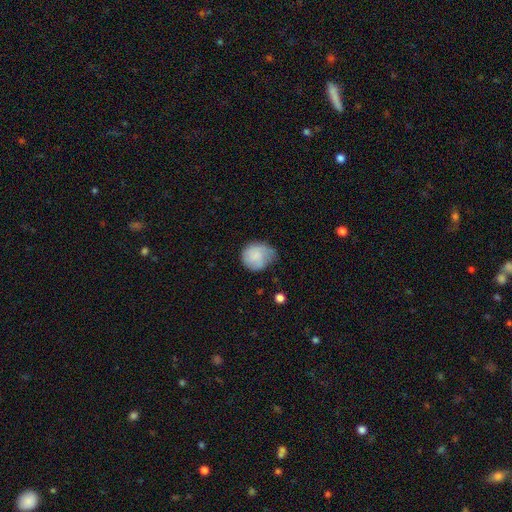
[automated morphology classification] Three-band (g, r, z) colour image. It shows a smooth galaxy with no disk features (75%) that is round (72%). Merging: none (42%).